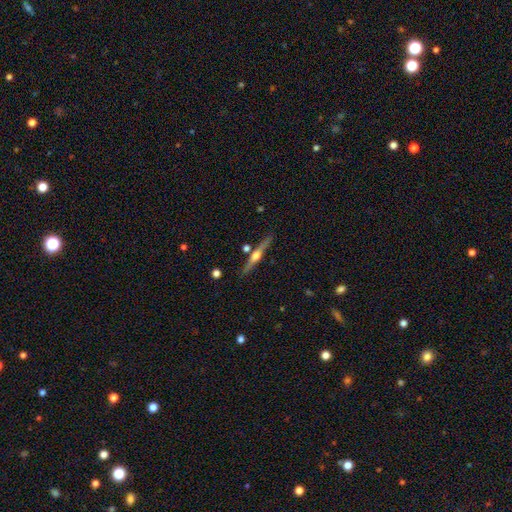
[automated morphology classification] Q: Smooth or featured?
A: featured or disk (72%); runner-up: smooth (22%)
Q: Edge-on disk?
A: yes (97%); runner-up: no (3%)
Q: Edge-on bulge?
A: rounded (90%); runner-up: boxy (6%)
Q: Merging?
A: none (82%); runner-up: minor disturbance (10%)